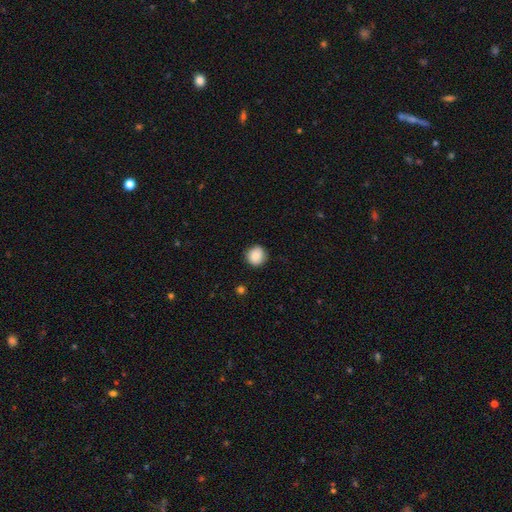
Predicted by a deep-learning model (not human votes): smooth_or_featured: smooth (p=0.88) [alt: star or artifact p=0.08]
how_rounded: round (p=0.91) [alt: in between p=0.08]
merging: none (p=0.89) [alt: minor disturbance p=0.08]